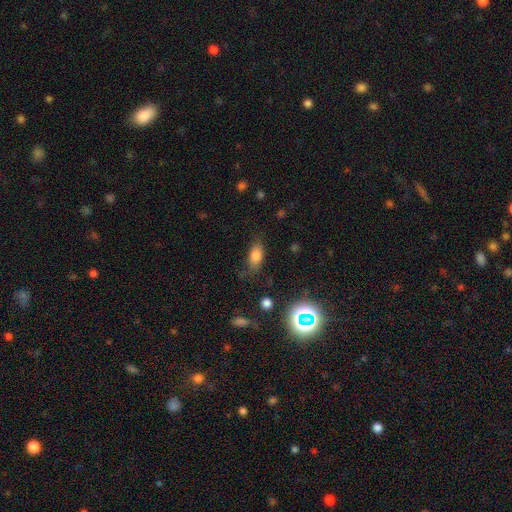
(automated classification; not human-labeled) smooth_or_featured: smooth (p=0.78) [alt: star or artifact p=0.12]
how_rounded: in between (p=0.84) [alt: cigar-shaped p=0.09]
merging: none (p=0.72) [alt: minor disturbance p=0.19]